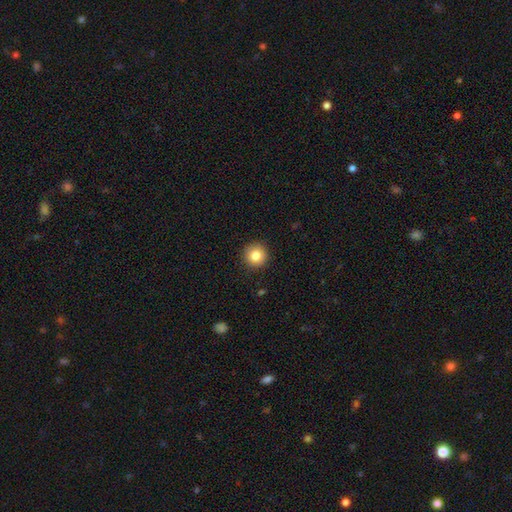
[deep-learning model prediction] A smooth galaxy with no disk features (83%) that is round (95%).

Vote fractions:
- Smooth or featured? smooth: 83% / star or artifact: 10% / featured or disk: 7%
- How rounded? round: 95% / in between: 4% / cigar-shaped: 1%
- Merging? none: 91% / minor disturbance: 6% / major disturbance: 2% / merger: 1%